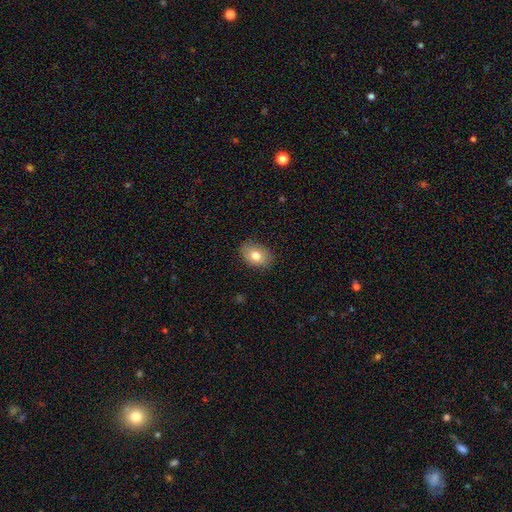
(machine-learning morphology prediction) A smooth galaxy with no disk features (79%) that is in between round and cigar-shaped (80%).

Vote fractions:
- Smooth or featured? smooth: 79% / featured or disk: 13% / star or artifact: 8%
- How rounded? in between: 80% / round: 19% / cigar-shaped: 1%
- Merging? none: 86% / minor disturbance: 11% / major disturbance: 2% / merger: 1%